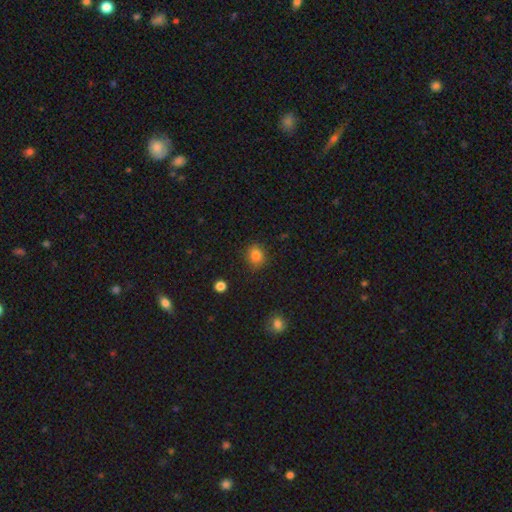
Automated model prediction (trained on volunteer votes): Morphology: type=smooth (84%); roundness=round (60%); merging=none (84%).